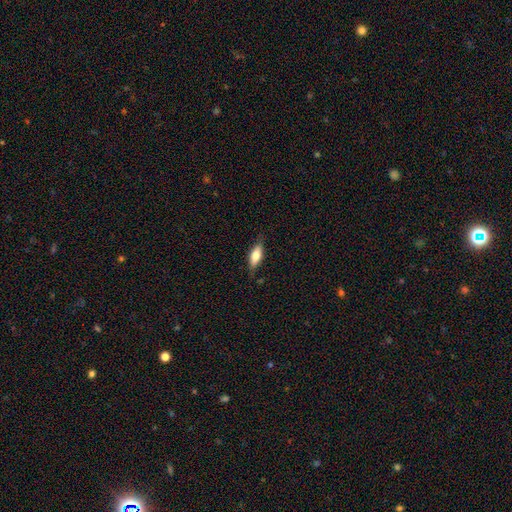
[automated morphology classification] The model was most divided on "how rounded": in between: 66%, cigar-shaped: 31%, round: 3%. More confident: merging — none (78%); smooth or featured — smooth (68%).